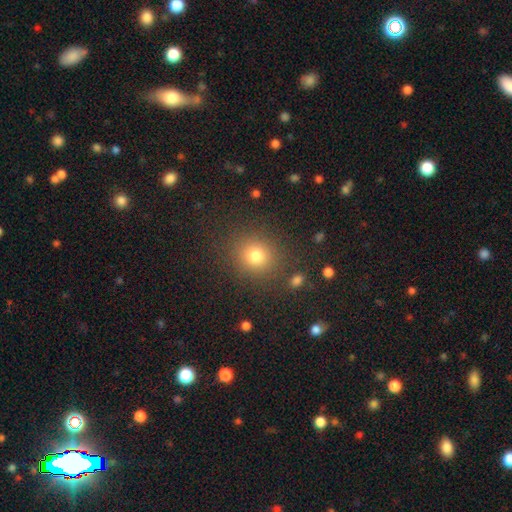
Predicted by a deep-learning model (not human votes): smooth 78%, star or artifact 16%, featured or disk 6%. Down the decision tree: how rounded — round (84%); merging — none (86%).